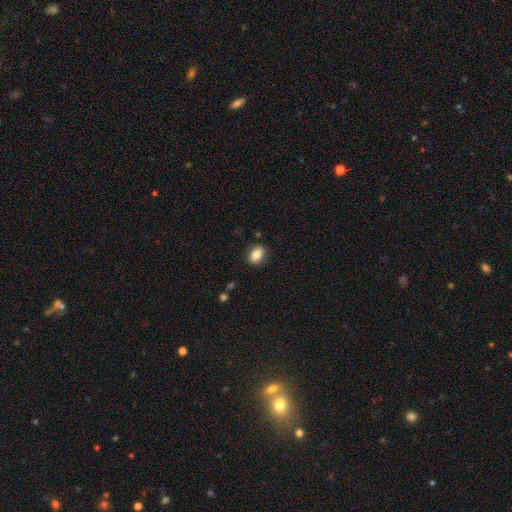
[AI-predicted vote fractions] smooth 85%, star or artifact 8%, featured or disk 7%. Down the decision tree: how rounded — in between (78%); merging — none (85%).